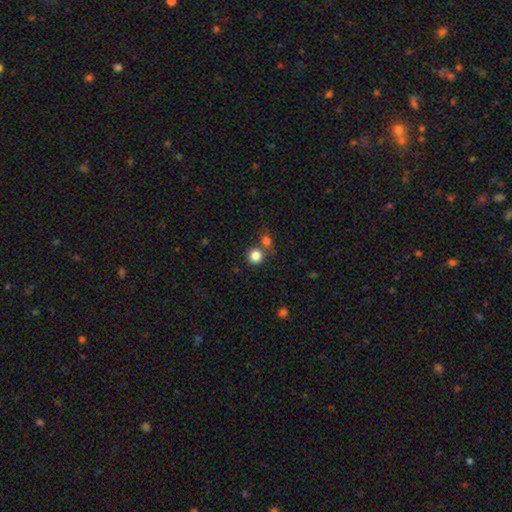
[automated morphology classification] smooth_or_featured: smooth (p=0.84) [alt: star or artifact p=0.11]
how_rounded: round (p=0.91) [alt: in between p=0.08]
merging: none (p=0.67) [alt: merger p=0.22]